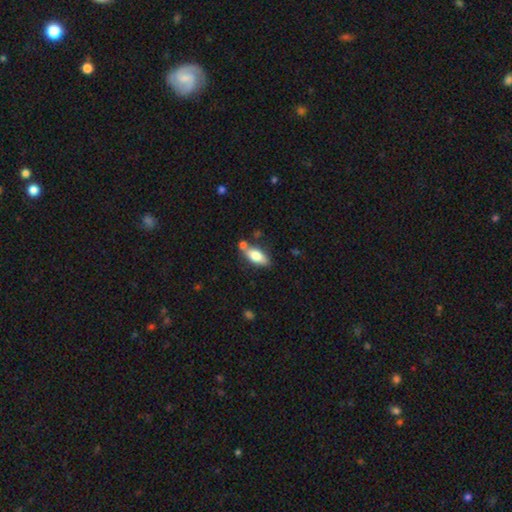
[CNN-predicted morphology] Overall: smooth (73%). How rounded: in between (84%). Merging: none (65%).